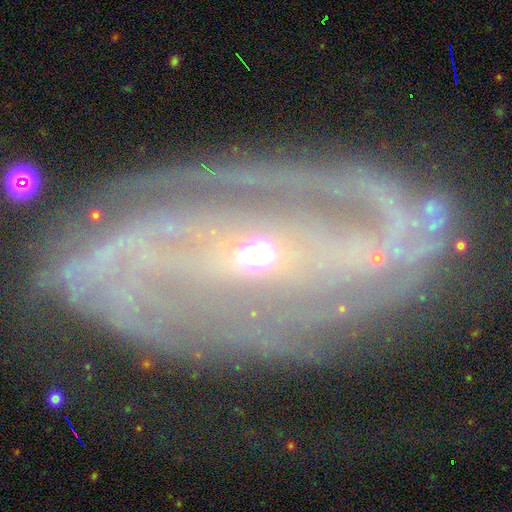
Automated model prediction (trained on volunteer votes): Smooth or featured? featured or disk (87%)
Edge-on disk? no (94%)
Bar? no (43%)
Spiral arms? yes (90%)
Spiral winding? tight (48%)
Spiral arm count? 2 (51%)
Bulge size? small (61%)
Merging? none (62%)